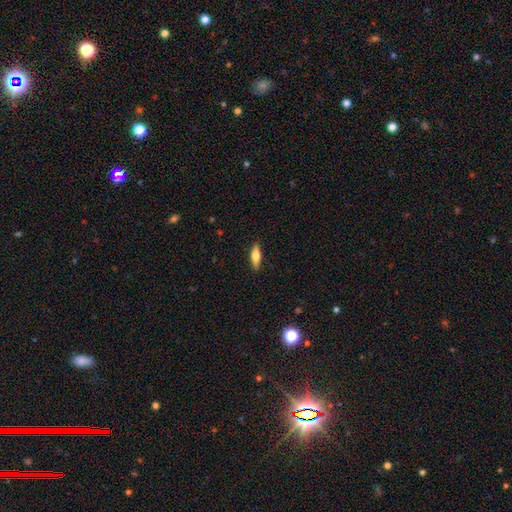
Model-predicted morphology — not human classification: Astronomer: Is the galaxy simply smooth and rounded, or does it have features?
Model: smooth — 52% (runner-up: featured or disk, 42%).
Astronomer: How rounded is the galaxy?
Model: cigar-shaped — 54% (runner-up: in between, 43%).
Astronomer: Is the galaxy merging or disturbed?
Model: none — 90%.